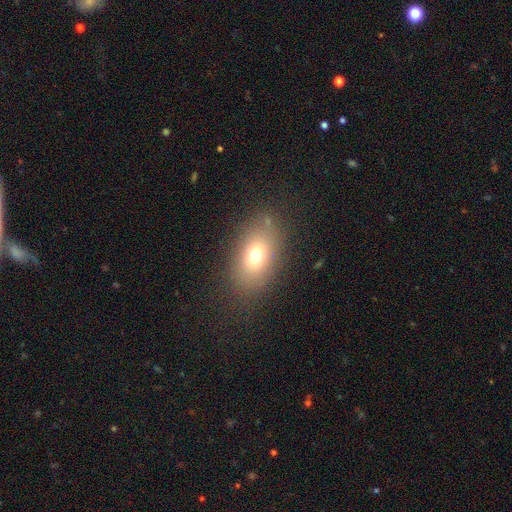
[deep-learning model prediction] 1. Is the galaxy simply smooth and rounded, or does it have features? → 70% smooth, 16% featured or disk, 14% star or artifact.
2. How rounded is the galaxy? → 78% in between, 20% round, 2% cigar-shaped.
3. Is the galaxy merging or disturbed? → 79% none, 12% minor disturbance, 6% major disturbance, 2% merger.